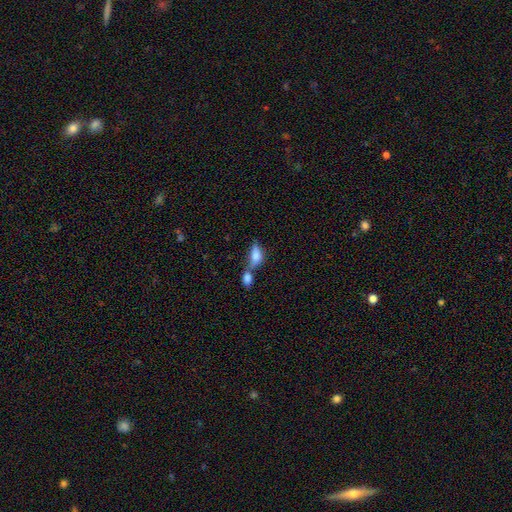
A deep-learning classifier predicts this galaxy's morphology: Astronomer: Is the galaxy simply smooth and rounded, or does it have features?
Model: smooth — 78%.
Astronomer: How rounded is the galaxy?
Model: in between — 85%.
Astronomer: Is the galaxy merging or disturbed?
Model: merger — 68%.